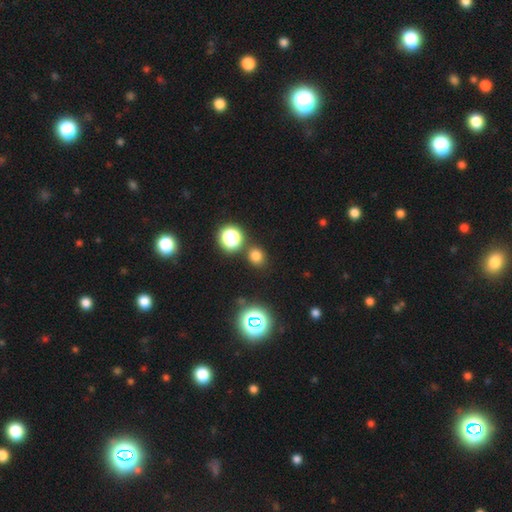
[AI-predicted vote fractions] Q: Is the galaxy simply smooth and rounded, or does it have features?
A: smooth — 72%.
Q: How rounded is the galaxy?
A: round — 76%.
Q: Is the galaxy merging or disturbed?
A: none — 81%.